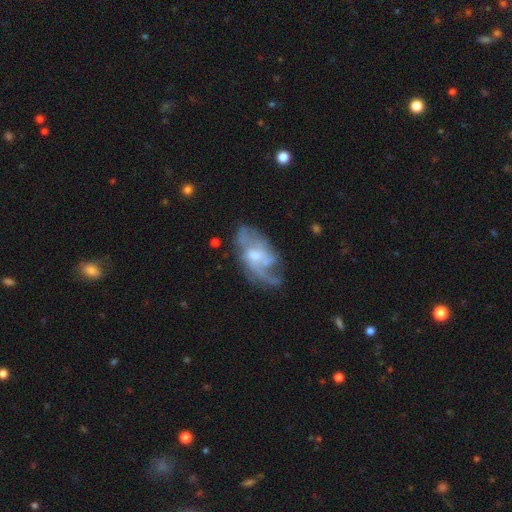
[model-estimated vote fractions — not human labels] The model was most divided on "spiral winding" (2-way tie): medium: 40%, loose: 40%, tight: 20%. Remaining: edge-on disk — no (94%); spiral arms — yes (83%); smooth or featured — featured or disk (76%); bar — no (53%); bulge size — moderate (51%); merging — none (50%); spiral arm count — 2 (33%).